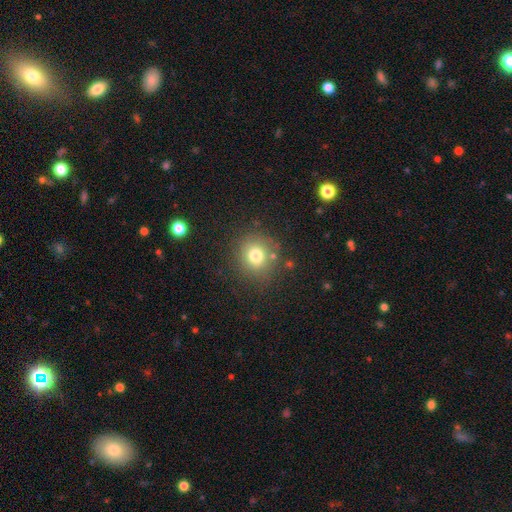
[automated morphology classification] Smooth or featured? smooth (76%)
How rounded? round (85%)
Merging? none (80%)